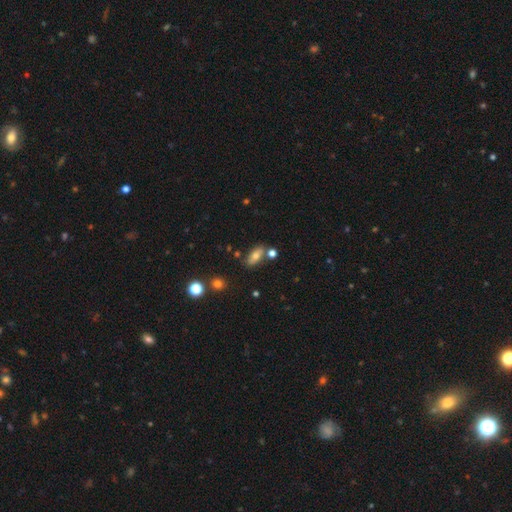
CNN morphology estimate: smooth_or_featured: smooth (p=0.68) [alt: featured or disk p=0.22]
how_rounded: in between (p=0.81) [alt: cigar-shaped p=0.14]
merging: none (p=0.73) [alt: minor disturbance p=0.12]